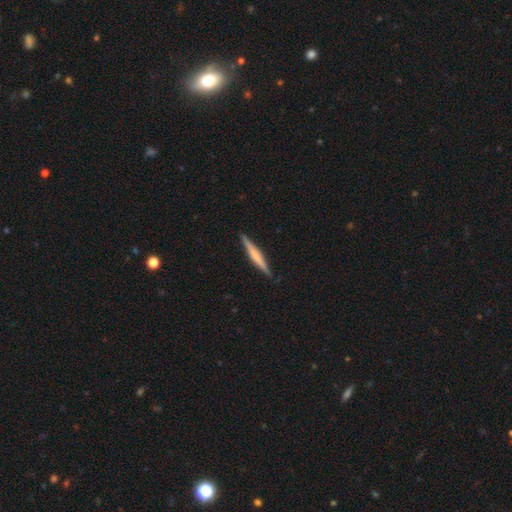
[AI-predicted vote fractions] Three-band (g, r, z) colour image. It shows a featured or disk galaxy (50%) viewed edge-on (98%). Merging: none (90%).